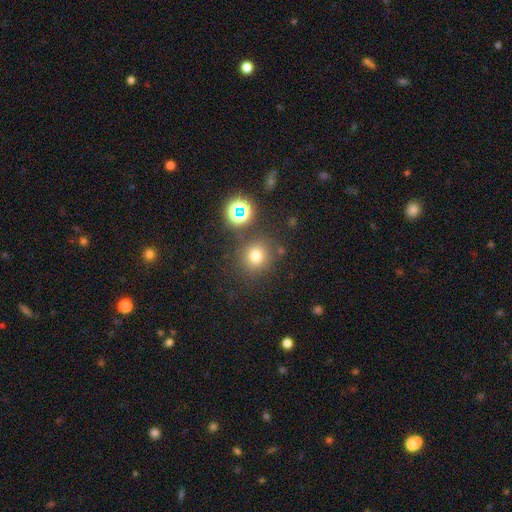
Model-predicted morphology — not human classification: The model was most divided on "smooth or featured": smooth: 73%, star or artifact: 20%, featured or disk: 8%. More confident: how rounded — round (89%); merging — none (79%).